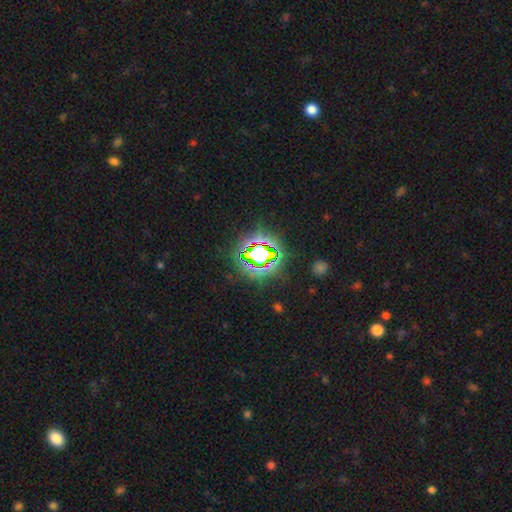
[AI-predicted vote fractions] The model was most divided on "smooth or featured": star or artifact: 77%, smooth: 14%, featured or disk: 9%.